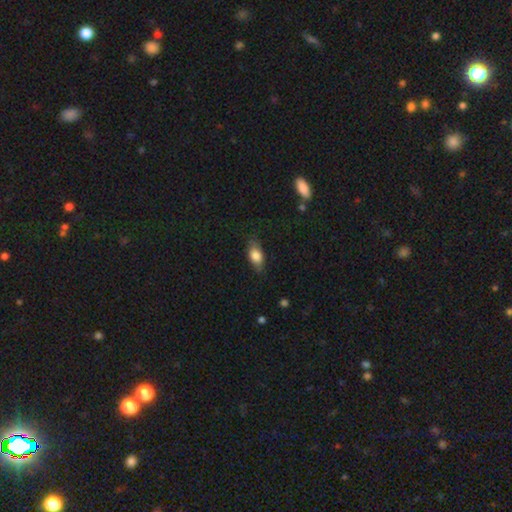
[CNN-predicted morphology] The model was most divided on "smooth or featured": smooth: 76%, featured or disk: 17%, star or artifact: 8%. More confident: how rounded — in between (83%); merging — none (77%).